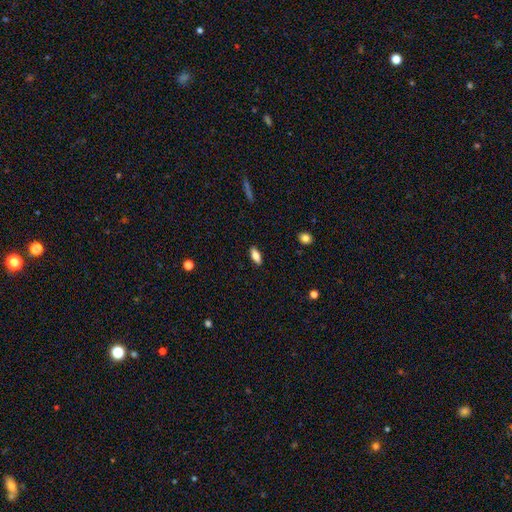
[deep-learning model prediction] smooth 75%, featured or disk 17%, star or artifact 7%. Down the decision tree: how rounded — in between (77%); merging — none (89%).